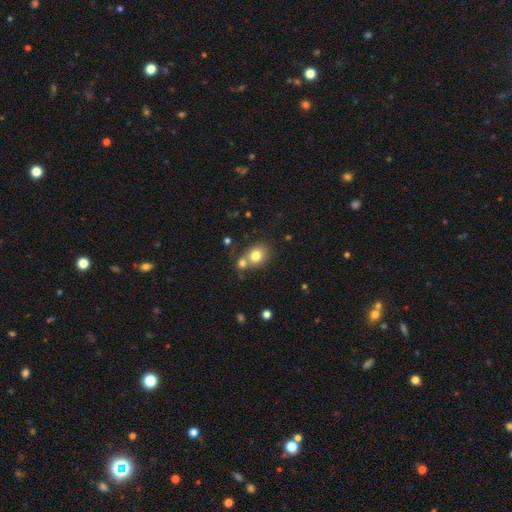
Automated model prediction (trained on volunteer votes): Overall: smooth (77%). How rounded: round (64%; in between 35%). Merging: none (50%; merger 36%).